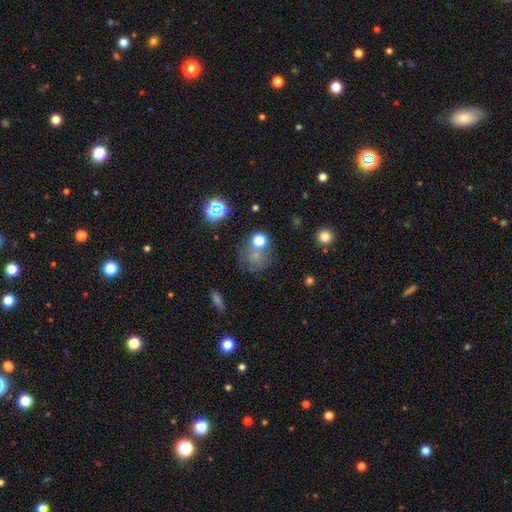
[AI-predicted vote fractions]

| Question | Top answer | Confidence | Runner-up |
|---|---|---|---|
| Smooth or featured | smooth | 61% | star or artifact (24%) |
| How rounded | round | 80% | in between (19%) |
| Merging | none | 55% | merger (17%) |